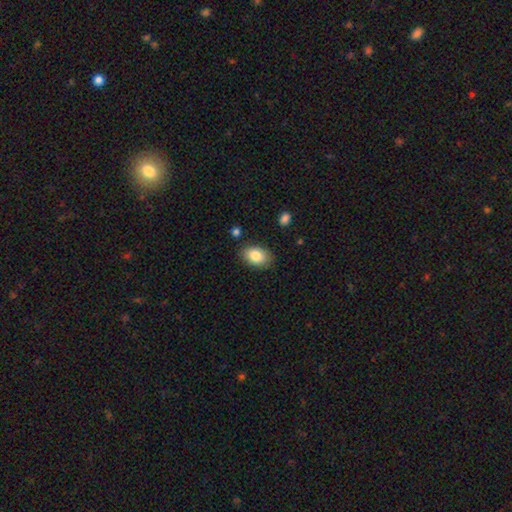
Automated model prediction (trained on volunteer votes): smooth-or-featured: smooth: 85% | featured or disk: 8% | star or artifact: 7%
  how-rounded: in between: 86% | round: 13% | cigar-shaped: 1%
  merging: none: 84% | minor disturbance: 12% | major disturbance: 3% | merger: 2%